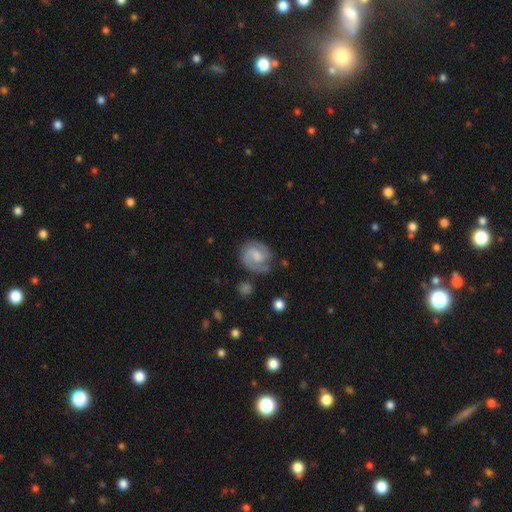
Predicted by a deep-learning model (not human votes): Smooth or featured: featured or disk — 75% (smooth — 19%)
Edge-on disk: no — 98% (yes — 2%)
Bar: weak — 48% (no — 42%)
Spiral arms: yes — 95% (no — 5%)
Spiral winding: medium — 49% (tight — 36%)
Spiral arm count: 2 — 81% (can't tell — 7%)
Bulge size: moderate — 38% (small — 29%)
Merging: none — 70% (minor disturbance — 19%)